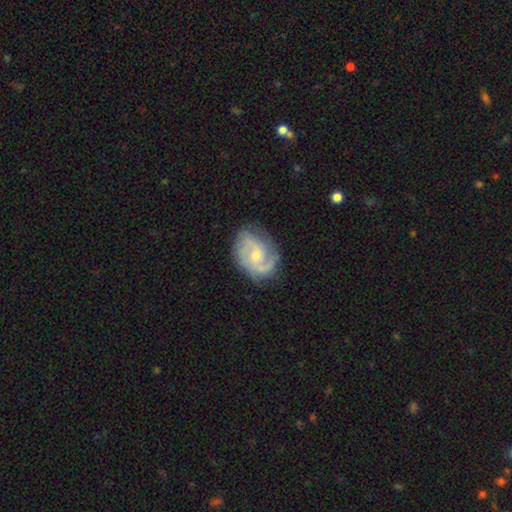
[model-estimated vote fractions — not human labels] Smooth or featured?
  - featured or disk: 85% *
  - smooth: 10%
  - star or artifact: 5%
Edge-on disk?
  - no: 98% *
  - yes: 2%
Bar?
  - no: 51% *
  - weak: 43%
  - strong: 6%
Spiral arms?
  - yes: 96% *
  - no: 4%
Spiral winding?
  - medium: 50% *
  - tight: 33%
  - loose: 17%
Spiral arm count?
  - 2: 66% *
  - 3: 13%
  - can't tell: 11%
  - 1: 4%
  - 4: 3%
  - more than 4: 2%
Bulge size?
  - small: 48% *
  - moderate: 45%
  - none: 4%
  - large: 2%
  - dominant: 1%
Merging?
  - none: 69% *
  - minor disturbance: 21%
  - major disturbance: 8%
  - merger: 1%